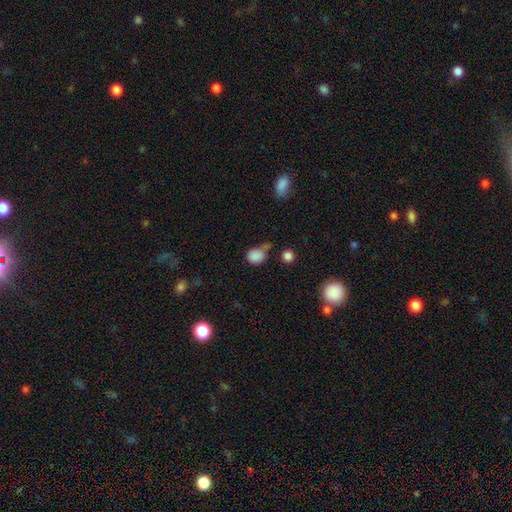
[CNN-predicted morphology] Smooth or featured?
  - smooth: 84% *
  - star or artifact: 10%
  - featured or disk: 5%
How rounded?
  - round: 65% *
  - in between: 34%
  - cigar-shaped: 1%
Merging?
  - none: 46% *
  - minor disturbance: 26%
  - merger: 17%
  - major disturbance: 11%